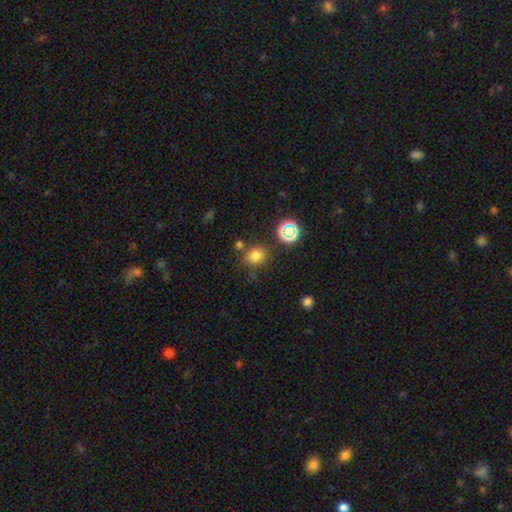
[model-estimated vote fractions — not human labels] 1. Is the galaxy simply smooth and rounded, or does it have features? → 74% smooth, 19% star or artifact, 7% featured or disk.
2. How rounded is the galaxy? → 82% round, 17% in between, 1% cigar-shaped.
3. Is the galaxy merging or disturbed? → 74% none, 12% minor disturbance, 10% merger, 4% major disturbance.